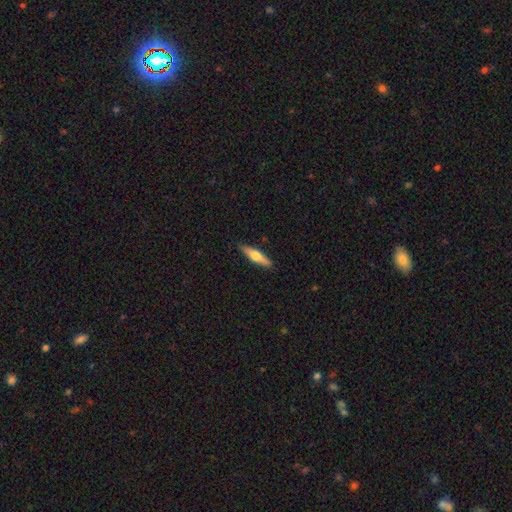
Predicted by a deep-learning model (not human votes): Smooth or featured? Predicted: smooth (p=0.50). How rounded? Predicted: cigar-shaped (p=0.74). Merging? Predicted: none (p=0.89).